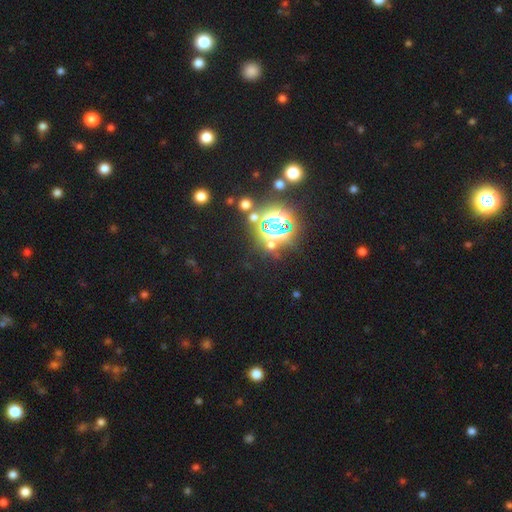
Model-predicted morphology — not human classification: Smooth or featured? Predicted: star or artifact (p=0.82).